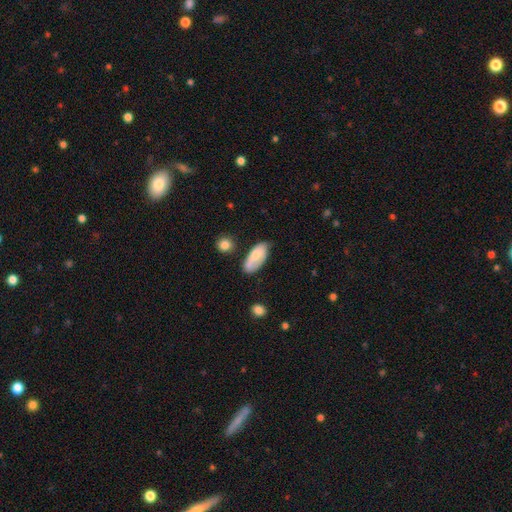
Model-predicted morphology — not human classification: Smooth or featured?
  - smooth: 69% *
  - featured or disk: 25%
  - star or artifact: 6%
How rounded?
  - in between: 88% *
  - cigar-shaped: 9%
  - round: 3%
Merging?
  - none: 57% *
  - minor disturbance: 30%
  - major disturbance: 8%
  - merger: 5%